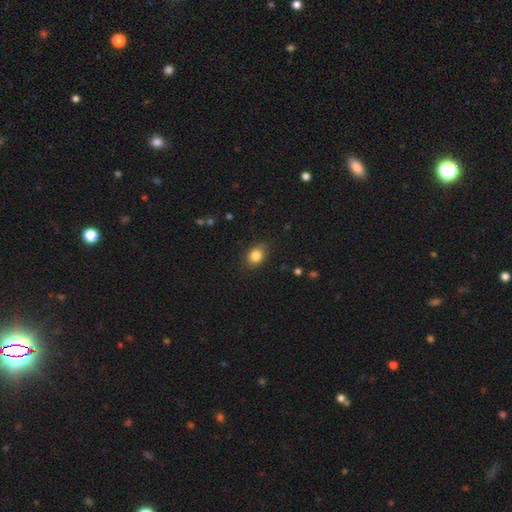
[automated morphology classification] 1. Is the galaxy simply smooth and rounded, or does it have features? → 84% smooth, 10% star or artifact, 7% featured or disk.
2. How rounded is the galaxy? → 52% in between, 47% round, 1% cigar-shaped.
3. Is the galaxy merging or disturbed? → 82% none, 14% minor disturbance, 3% major disturbance, 1% merger.